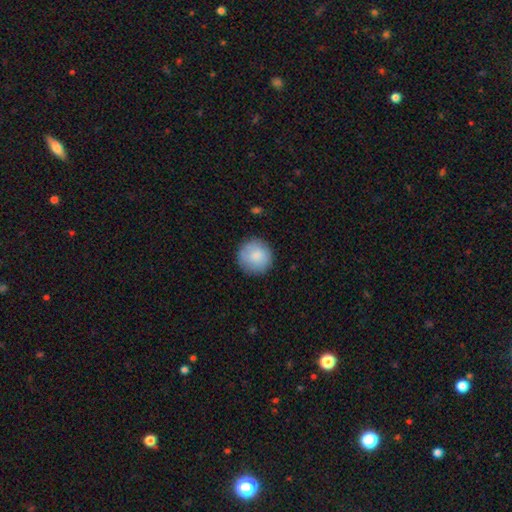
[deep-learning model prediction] This is clearly a smooth galaxy (85%). How rounded: clearly round (95%). Merging: clearly none (87%).